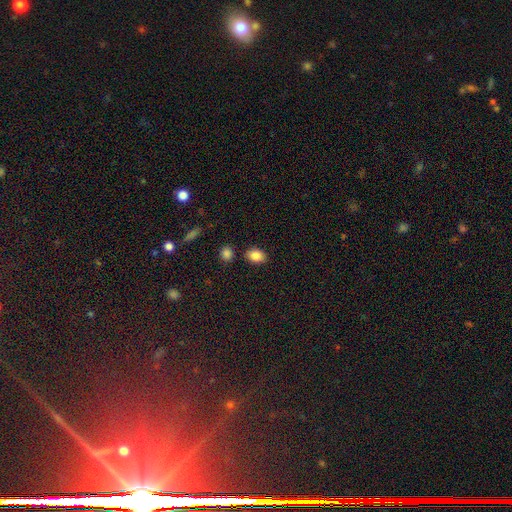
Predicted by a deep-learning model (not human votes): Smooth or featured: smooth — 85% (star or artifact — 8%)
How rounded: in between — 77% (round — 22%)
Merging: none — 82% (minor disturbance — 10%)